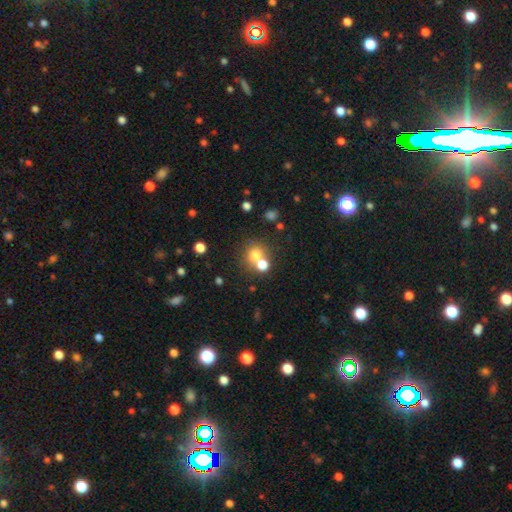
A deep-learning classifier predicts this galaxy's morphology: Overall: smooth (72%). How rounded: round (85%). Merging: none (55%; merger 33%).